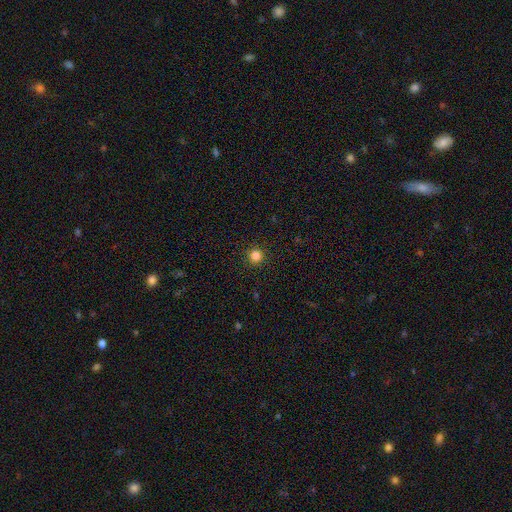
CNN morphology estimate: Smooth or featured: smooth — 84% (star or artifact — 13%)
How rounded: round — 95% (in between — 4%)
Merging: none — 92% (minor disturbance — 5%)